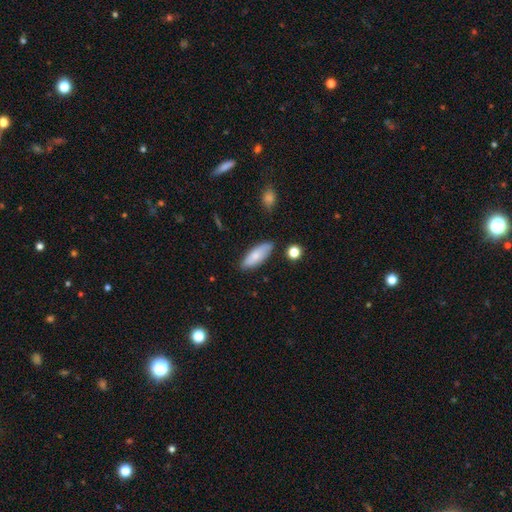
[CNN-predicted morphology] Smooth or featured? Predicted: smooth (p=0.79). How rounded? Predicted: in between (p=0.73). Merging? Predicted: none (p=0.80).